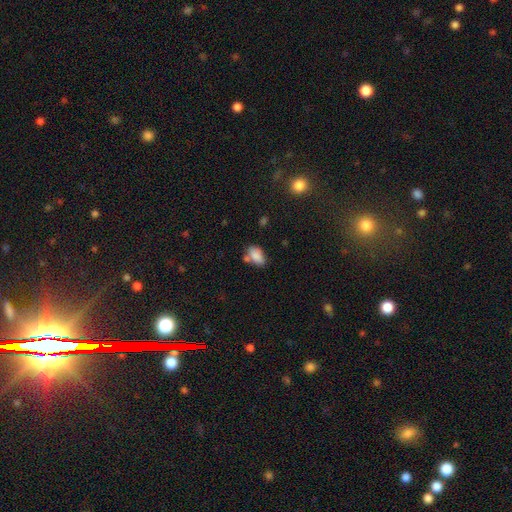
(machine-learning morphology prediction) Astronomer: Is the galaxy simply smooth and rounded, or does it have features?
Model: smooth — 84%.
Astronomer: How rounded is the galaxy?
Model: in between — 91%.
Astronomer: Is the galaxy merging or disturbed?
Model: none — 55%.